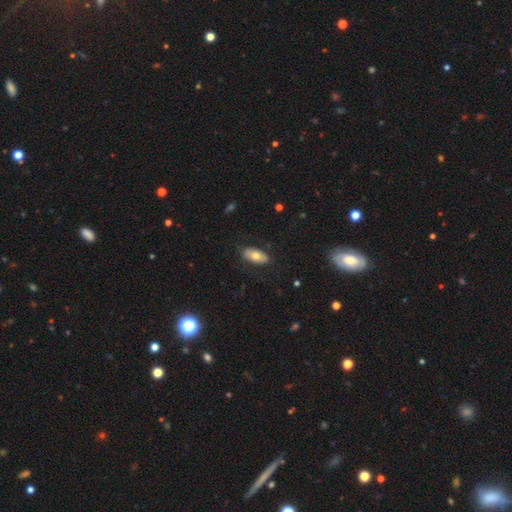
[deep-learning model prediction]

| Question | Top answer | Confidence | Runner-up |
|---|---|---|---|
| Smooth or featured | smooth | 68% | featured or disk (26%) |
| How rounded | in between | 87% | cigar-shaped (10%) |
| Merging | none | 83% | minor disturbance (12%) |